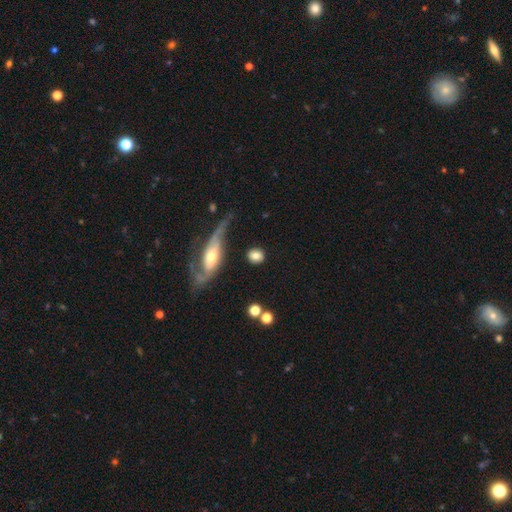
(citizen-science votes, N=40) This appears to be a smooth galaxy with no disk features (78%) that is round (71%). Merging: none (77%).